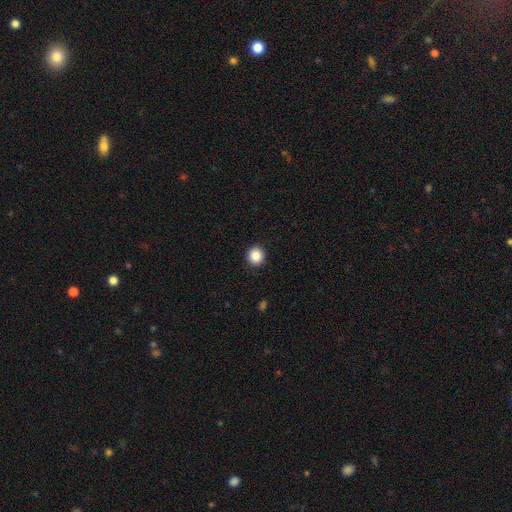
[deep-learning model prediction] Overall: smooth (88%). How rounded: round (93%). Merging: none (92%).